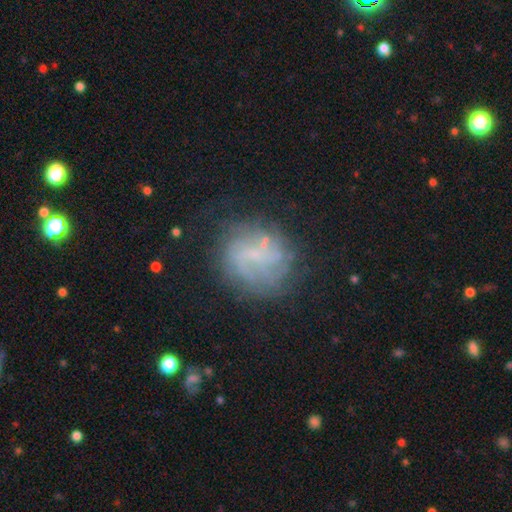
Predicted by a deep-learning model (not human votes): A featured or disk galaxy (58%) with no bar (58%), spiral arms (55%) and no central bulge (56%). Merging: none (65%).